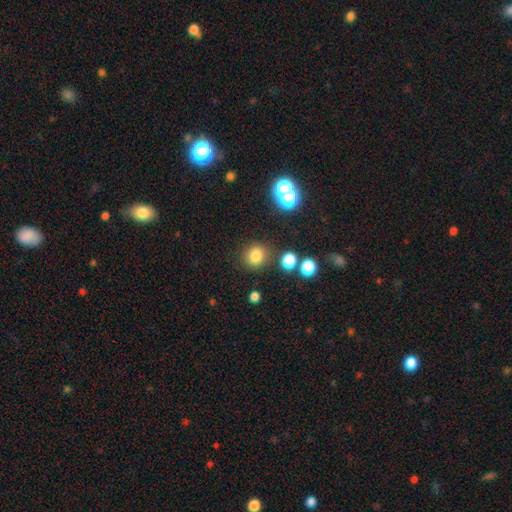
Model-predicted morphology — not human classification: Q: Smooth or featured?
A: smooth (80%); runner-up: star or artifact (14%)
Q: How rounded?
A: round (84%); runner-up: in between (15%)
Q: Merging?
A: none (82%); runner-up: minor disturbance (9%)